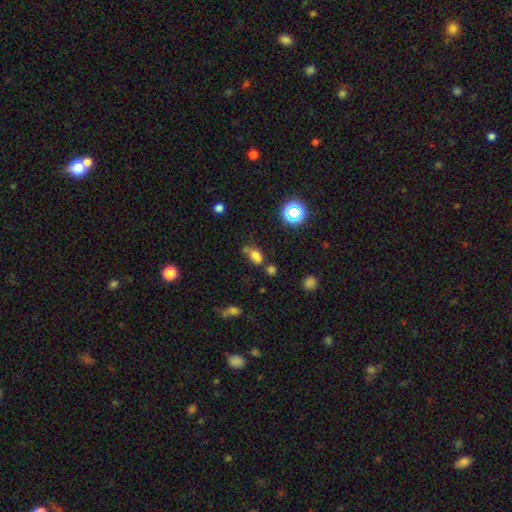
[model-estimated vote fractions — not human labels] Smooth or featured? smooth (68%)
How rounded? in between (80%)
Merging? none (45%)